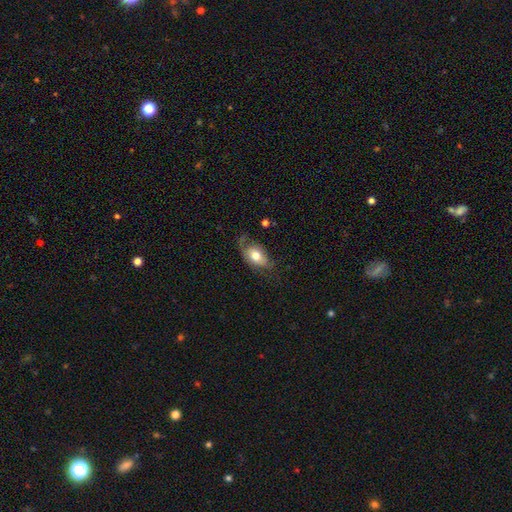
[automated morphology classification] The model was most divided on "merging": none: 46%, minor disturbance: 30%, major disturbance: 21%, merger: 3%. More confident: how rounded — in between (86%); smooth or featured — smooth (65%).